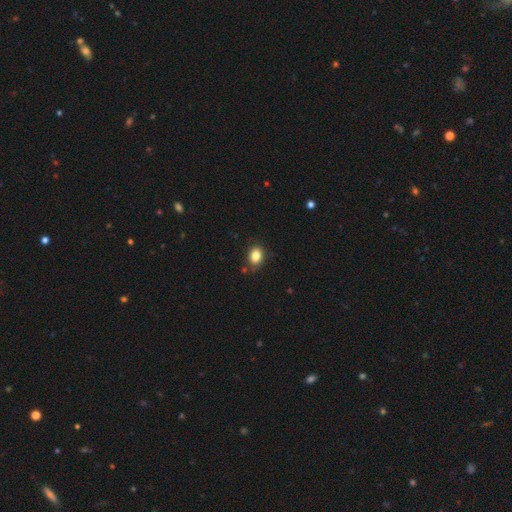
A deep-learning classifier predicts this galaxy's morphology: type=smooth (84%); roundness=in between (62%); merging=none (81%).